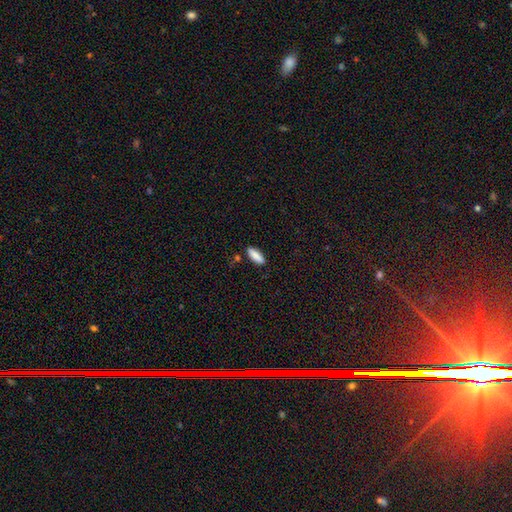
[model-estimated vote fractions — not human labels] smooth 88%, star or artifact 7%, featured or disk 5%. Down the decision tree: how rounded — in between (57%); merging — none (85%).